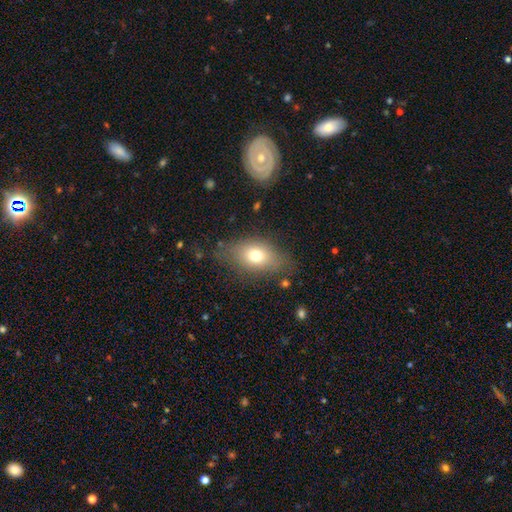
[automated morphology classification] A smooth galaxy with no disk features (71%) that is in between round and cigar-shaped (77%). Merging: none (70%).